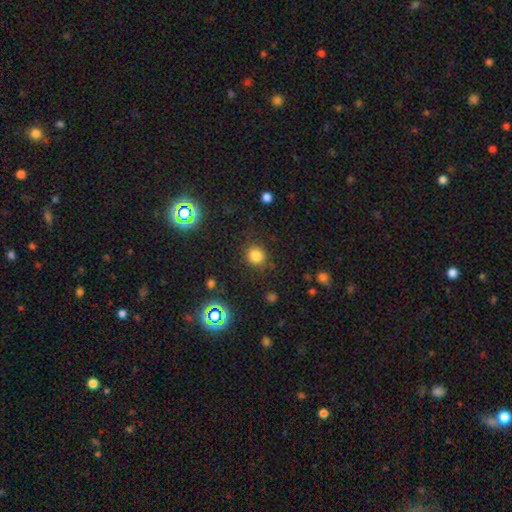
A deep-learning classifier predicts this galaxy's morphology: smooth-or-featured: smooth: 79% | star or artifact: 15% | featured or disk: 5%
  how-rounded: round: 87% | in between: 12% | cigar-shaped: 1%
  merging: none: 85% | minor disturbance: 9% | major disturbance: 4% | merger: 2%